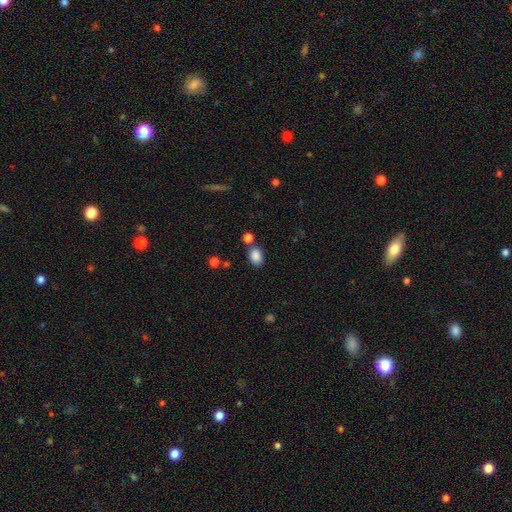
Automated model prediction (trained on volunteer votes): smooth 86%, star or artifact 9%, featured or disk 4%. Down the decision tree: how rounded — in between (78%); merging — none (73%).